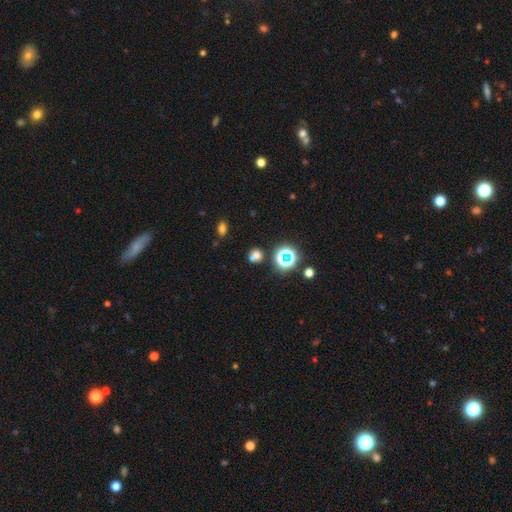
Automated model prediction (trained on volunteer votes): Smooth or featured: smooth — 62% (star or artifact — 30%)
How rounded: round — 80% (in between — 19%)
Merging: none — 65% (merger — 18%)